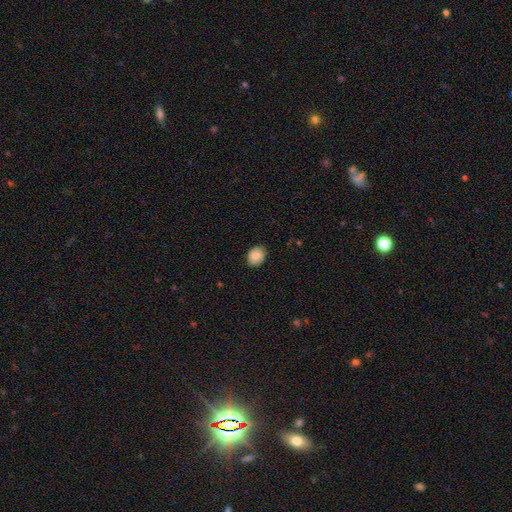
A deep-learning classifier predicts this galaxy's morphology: smooth 81%, featured or disk 12%, star or artifact 8%. Down the decision tree: how rounded — round (51%); merging — none (84%).